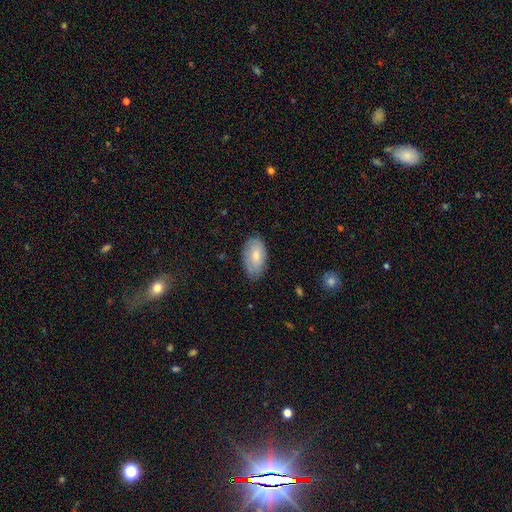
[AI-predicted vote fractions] smooth_or_featured: smooth (p=0.73) [alt: featured or disk p=0.21]
how_rounded: in between (p=0.95) [alt: round p=0.03]
merging: none (p=0.76) [alt: minor disturbance p=0.20]